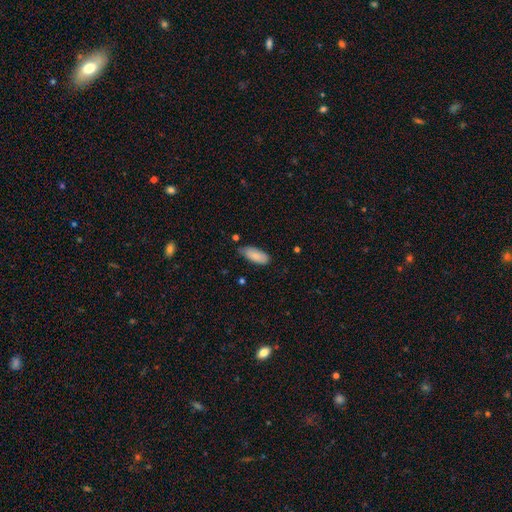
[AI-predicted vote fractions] Smooth or featured? smooth (86%)
How rounded? in between (83%)
Merging? none (68%)